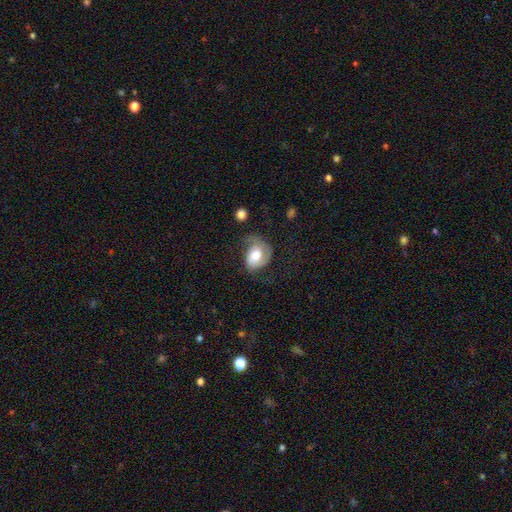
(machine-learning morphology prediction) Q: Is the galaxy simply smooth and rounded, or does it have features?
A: featured or disk — 56%.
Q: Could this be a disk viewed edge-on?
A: no — 97%.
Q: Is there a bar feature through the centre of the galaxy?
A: no — 67%.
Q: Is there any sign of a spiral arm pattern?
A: yes — 84%.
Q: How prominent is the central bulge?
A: moderate — 47%.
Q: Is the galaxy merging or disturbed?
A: none — 37%.